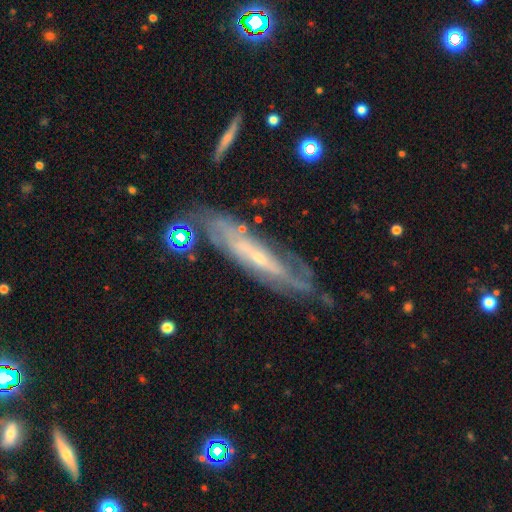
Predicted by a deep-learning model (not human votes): The model was most divided on "edge-on disk": no: 62%, yes: 38%. More confident: smooth or featured — featured or disk (79%); merging — none (69%).